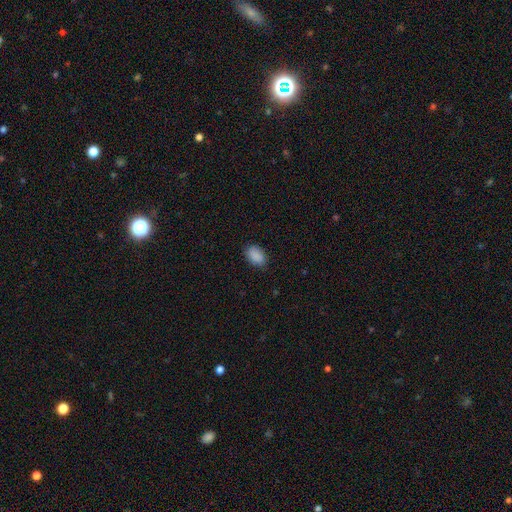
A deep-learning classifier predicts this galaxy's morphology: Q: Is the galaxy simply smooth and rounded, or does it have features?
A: smooth — 90%.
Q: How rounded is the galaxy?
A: in between — 89%.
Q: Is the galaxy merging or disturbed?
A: none — 85%.